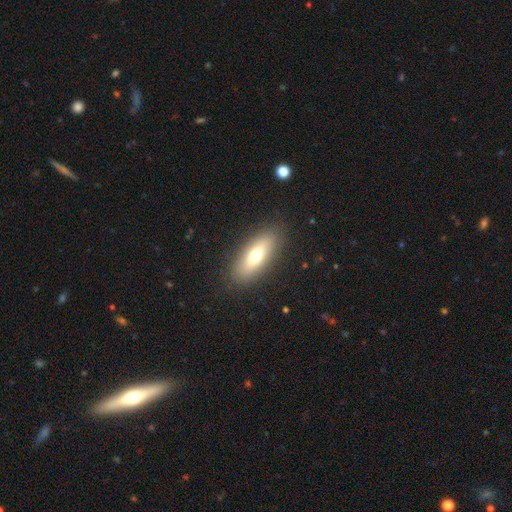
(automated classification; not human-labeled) smooth-or-featured: smooth: 67% | featured or disk: 25% | star or artifact: 7%
  how-rounded: in between: 68% | cigar-shaped: 29% | round: 3%
  merging: none: 87% | minor disturbance: 9% | major disturbance: 3% | merger: 1%